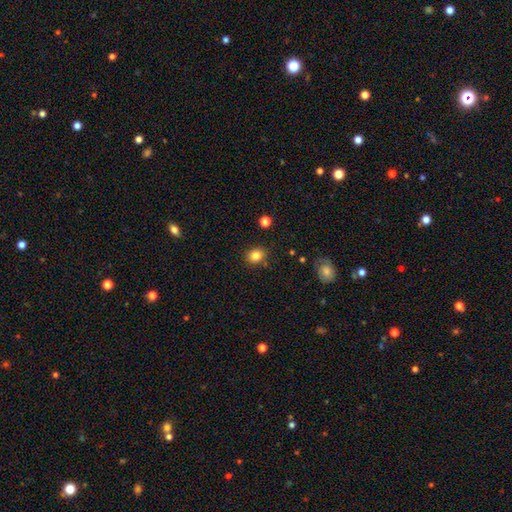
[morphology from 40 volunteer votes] Overall: smooth (90%). How rounded: round (67%; in between 33%). Merging: none (90%).